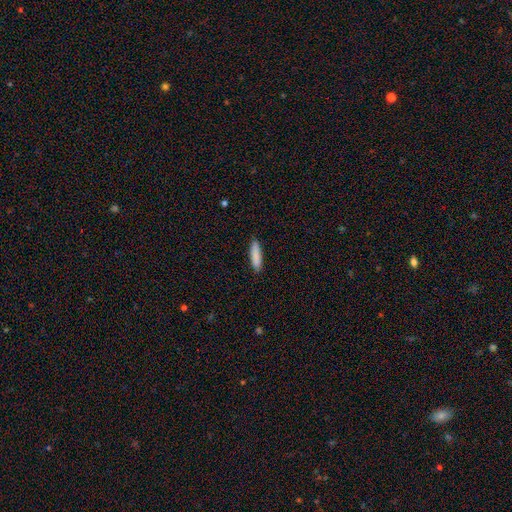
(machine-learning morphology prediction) A smooth galaxy with no disk features (87%) that is cigar-shaped (75%). Merging: none (88%).